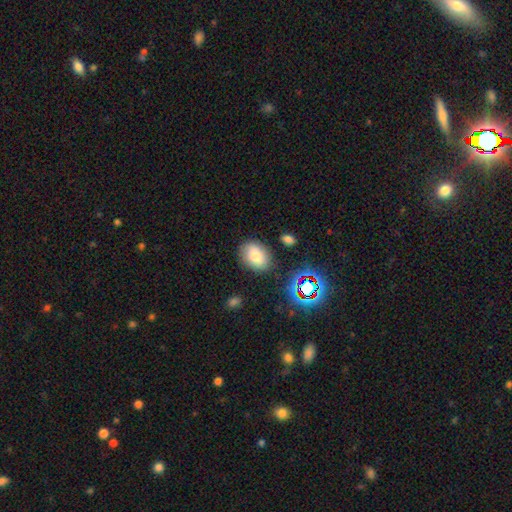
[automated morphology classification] smooth 79%, star or artifact 12%, featured or disk 8%. Down the decision tree: how rounded — in between (74%); merging — none (79%).